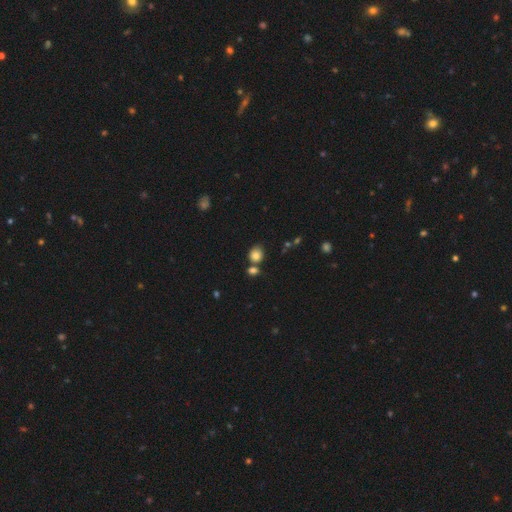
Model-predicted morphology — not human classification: Smooth or featured? Predicted: smooth (p=0.81). How rounded? Predicted: round (p=0.72). Merging? Predicted: none (p=0.64).